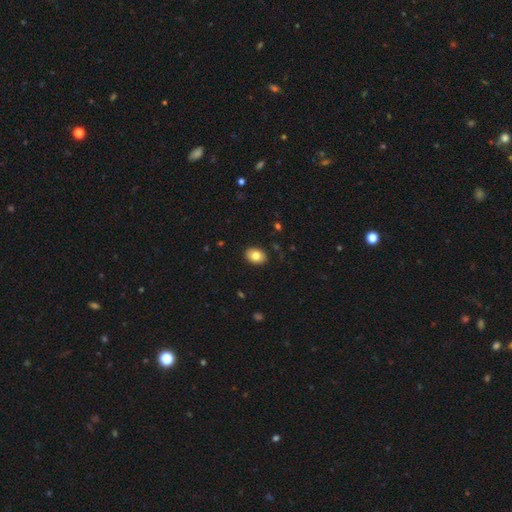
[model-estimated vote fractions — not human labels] Smooth or featured: smooth — 81% (featured or disk — 11%)
How rounded: in between — 76% (round — 23%)
Merging: none — 89% (minor disturbance — 8%)